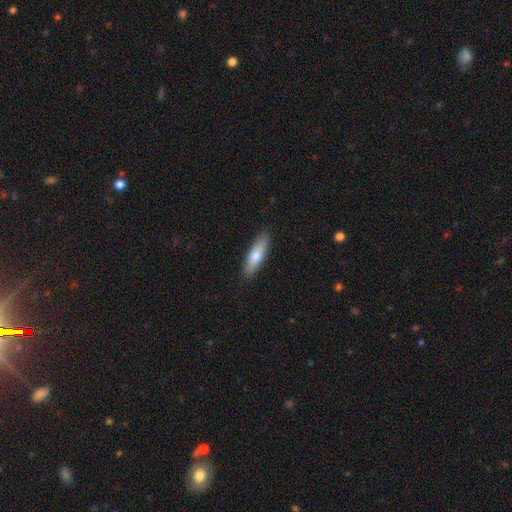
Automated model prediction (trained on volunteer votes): smooth-or-featured: smooth: 71% | featured or disk: 23% | star or artifact: 6%
  how-rounded: cigar-shaped: 61% | in between: 37% | round: 2%
  merging: none: 88% | minor disturbance: 9% | major disturbance: 2% | merger: 1%